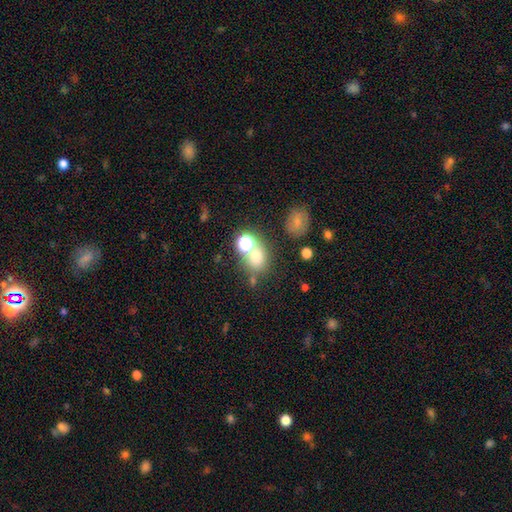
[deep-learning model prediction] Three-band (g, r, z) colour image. It shows a smooth galaxy with no disk features (67%) that is round (69%). Merging: none (58%).